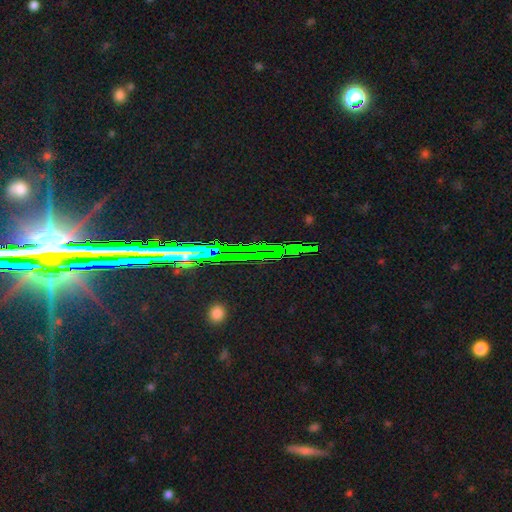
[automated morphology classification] Smooth or featured? star or artifact (71%)